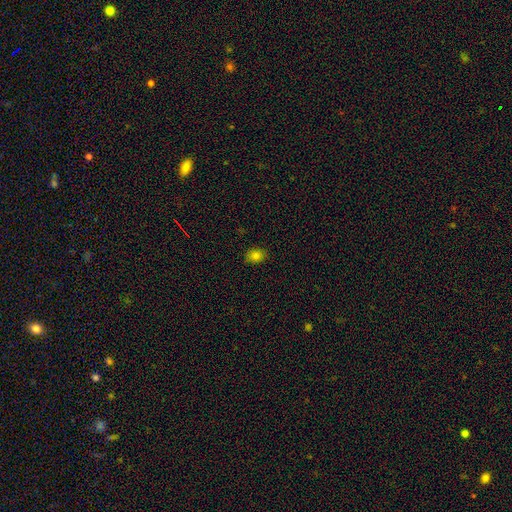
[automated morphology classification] Smooth or featured? Predicted: smooth (p=0.80). How rounded? Predicted: in between (p=0.58). Merging? Predicted: none (p=0.86).